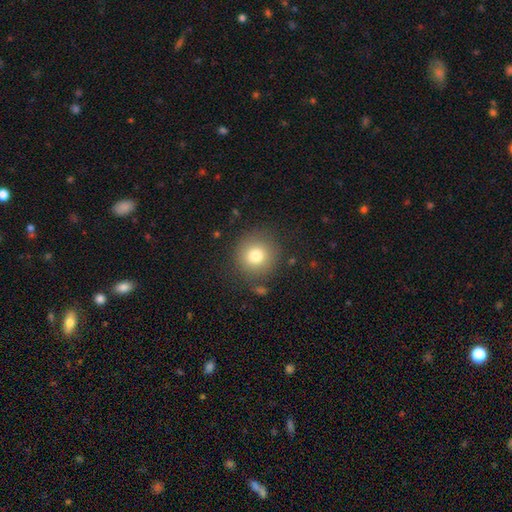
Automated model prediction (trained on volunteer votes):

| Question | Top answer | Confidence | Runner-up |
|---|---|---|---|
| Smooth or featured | smooth | 78% | star or artifact (11%) |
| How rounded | round | 93% | in between (6%) |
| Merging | none | 83% | minor disturbance (10%) |